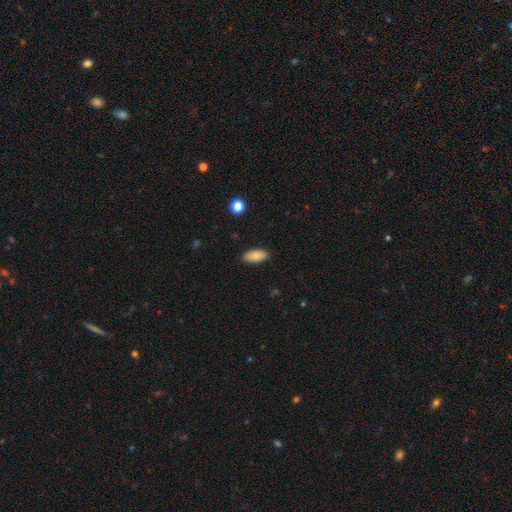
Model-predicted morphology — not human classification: Smooth or featured? smooth (86%)
How rounded? in between (90%)
Merging? none (88%)